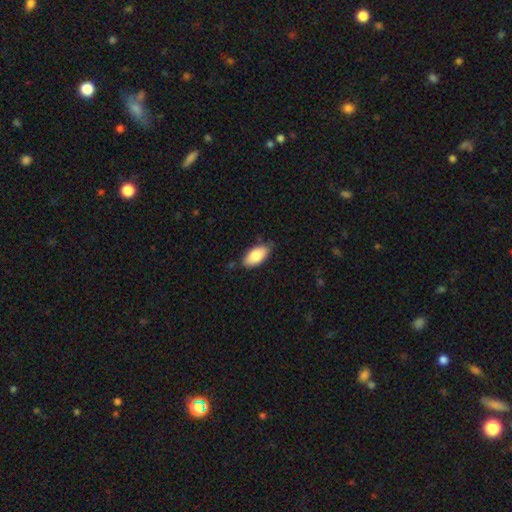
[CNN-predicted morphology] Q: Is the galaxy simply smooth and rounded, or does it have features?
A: smooth — 83%.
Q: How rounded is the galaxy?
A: in between — 93%.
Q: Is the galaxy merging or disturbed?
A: none — 77%.